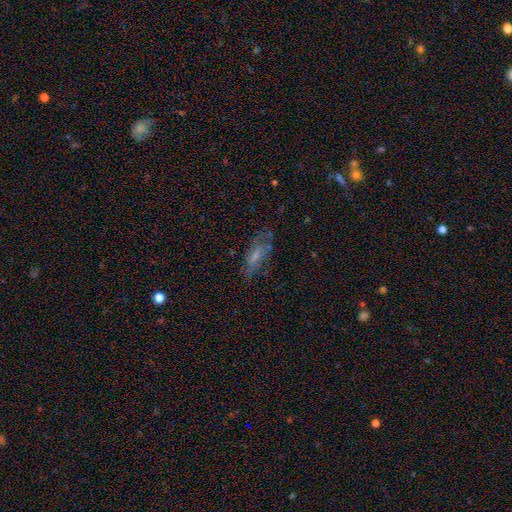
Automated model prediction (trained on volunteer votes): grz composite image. It shows a featured or disk galaxy (44%). Merging: none (62%).